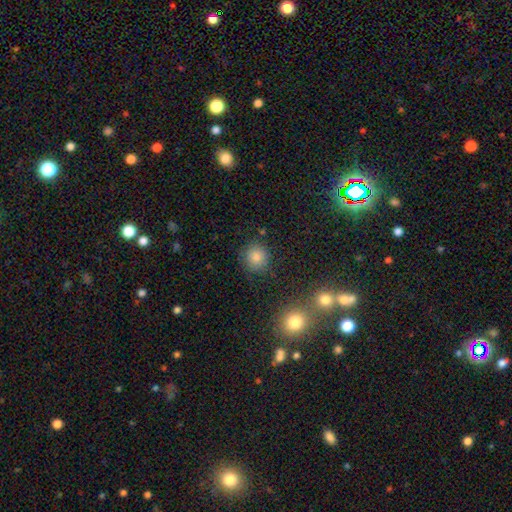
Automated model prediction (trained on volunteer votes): The model was most divided on "smooth or featured": smooth: 81%, star or artifact: 13%, featured or disk: 6%. More confident: how rounded — round (90%); merging — none (85%).